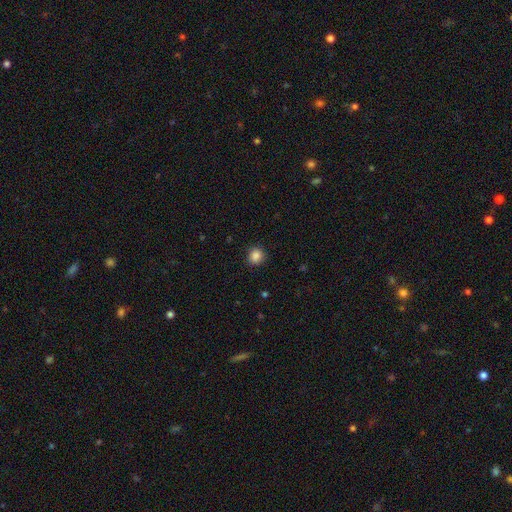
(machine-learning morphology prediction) This appears to be a smooth galaxy with no disk features (86%) that is round (87%). Merging: none (89%).